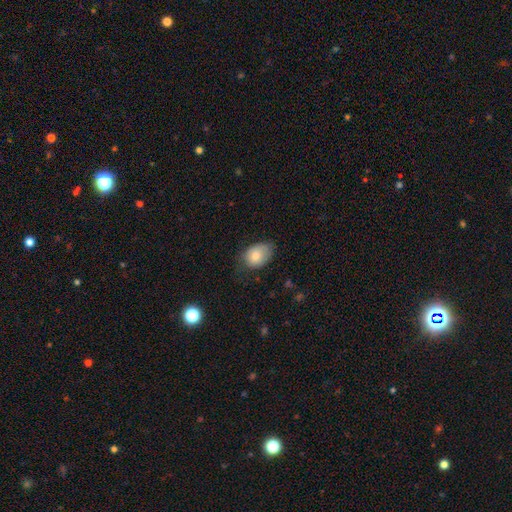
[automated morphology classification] A smooth galaxy with no disk features (80%) that is in between round and cigar-shaped (76%).

Vote fractions:
- Smooth or featured? smooth: 80% / featured or disk: 13% / star or artifact: 8%
- How rounded? in between: 76% / round: 24% / cigar-shaped: 1%
- Merging? none: 52% / minor disturbance: 37% / major disturbance: 10% / merger: 1%